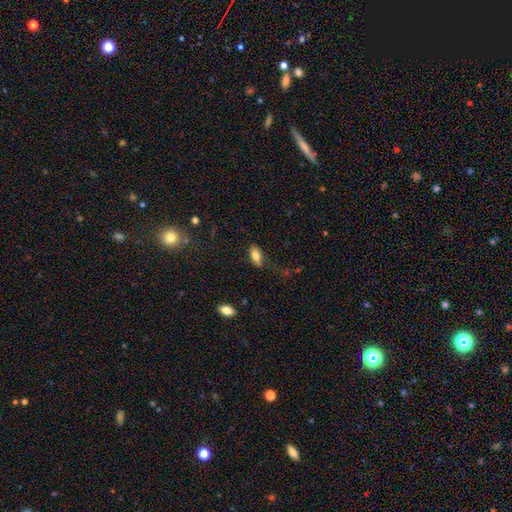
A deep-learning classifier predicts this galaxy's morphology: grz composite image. It shows a smooth galaxy with no disk features (78%) that is in between round and cigar-shaped (86%). Merging: none (73%).